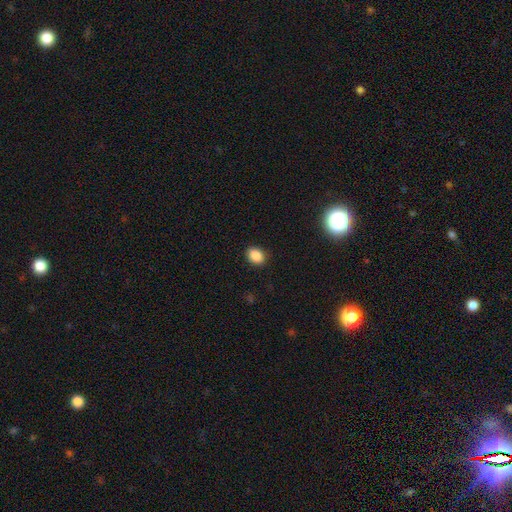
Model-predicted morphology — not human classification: The model was most divided on "how rounded": in between: 65%, round: 34%, cigar-shaped: 1%. More confident: merging — none (89%); smooth or featured — smooth (87%).